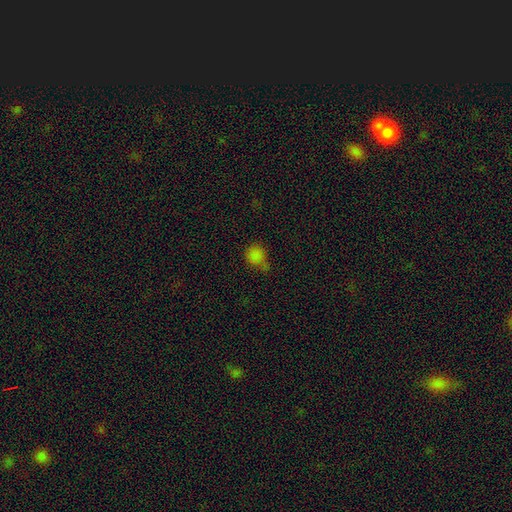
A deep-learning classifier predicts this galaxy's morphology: Smooth or featured? Predicted: smooth (p=0.76). How rounded? Predicted: round (p=0.75). Merging? Predicted: none (p=0.49).